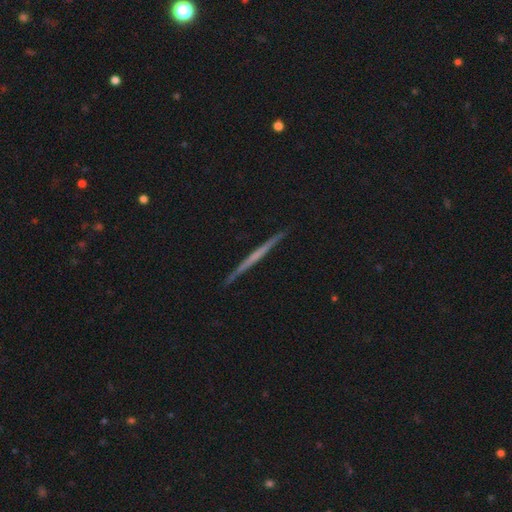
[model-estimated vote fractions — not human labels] Smooth or featured?
  - featured or disk: 62% *
  - smooth: 32%
  - star or artifact: 6%
Edge-on disk?
  - yes: 98% *
  - no: 2%
Edge-on bulge?
  - none: 88% *
  - rounded: 8%
  - boxy: 4%
Merging?
  - none: 92% *
  - minor disturbance: 6%
  - major disturbance: 1%
  - merger: 1%